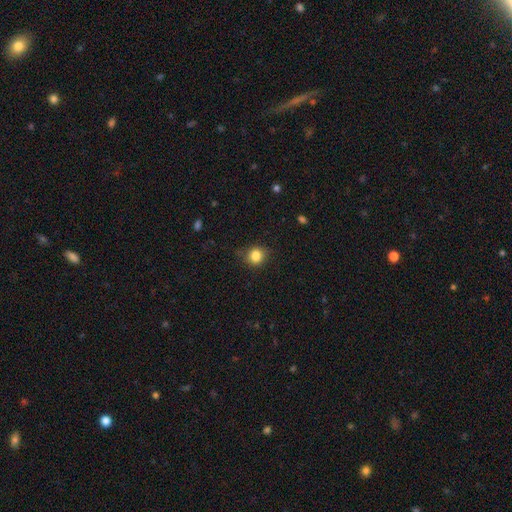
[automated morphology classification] Overall: smooth (84%). How rounded: round (83%). Merging: none (80%).